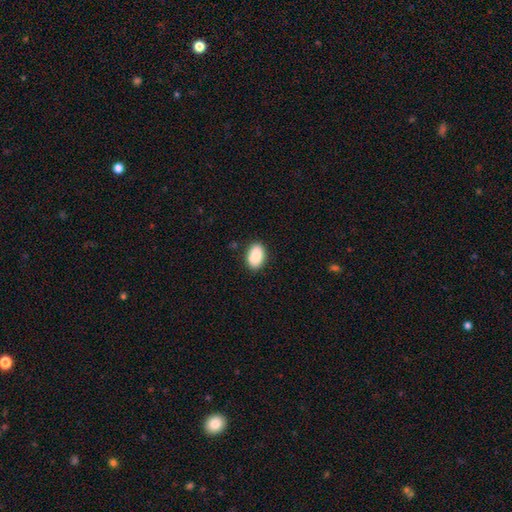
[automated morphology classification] The model was most divided on "merging": none: 86%, minor disturbance: 10%, major disturbance: 2%, merger: 1%. More confident: how rounded — in between (90%); smooth or featured — smooth (89%).